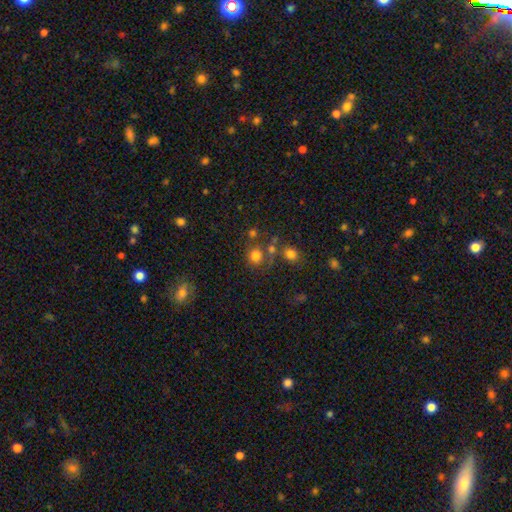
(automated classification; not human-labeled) Smooth or featured?
  - smooth: 74% *
  - star or artifact: 16%
  - featured or disk: 10%
How rounded?
  - round: 80% *
  - in between: 19%
  - cigar-shaped: 1%
Merging?
  - none: 61% *
  - merger: 20%
  - minor disturbance: 12%
  - major disturbance: 7%